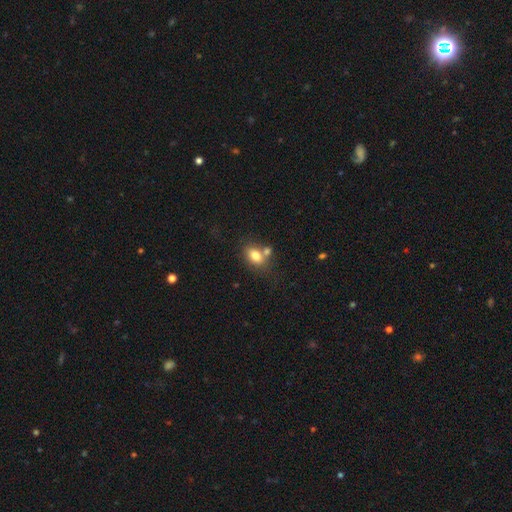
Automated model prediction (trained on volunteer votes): Smooth or featured? Predicted: smooth (p=0.78). How rounded? Predicted: in between (p=0.74). Merging? Predicted: none (p=0.50).